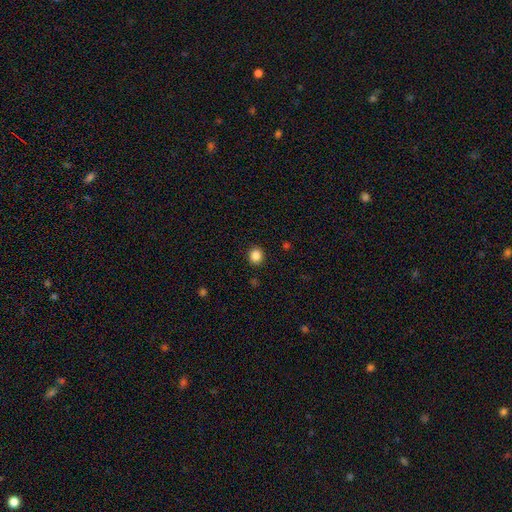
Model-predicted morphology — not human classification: smooth 86%, star or artifact 11%, featured or disk 3%. Down the decision tree: how rounded — round (82%); merging — none (91%).